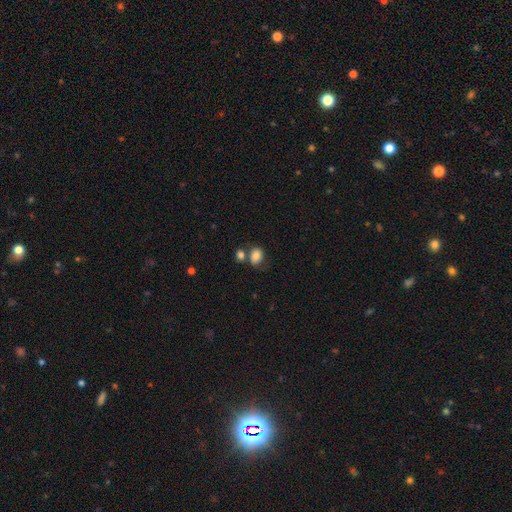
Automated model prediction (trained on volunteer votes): A smooth galaxy with no disk features (81%) that is in between round and cigar-shaped (63%).

Vote fractions:
- Smooth or featured? smooth: 81% / star or artifact: 10% / featured or disk: 9%
- How rounded? in between: 63% / round: 36% / cigar-shaped: 1%
- Merging? none: 47% / merger: 29% / minor disturbance: 17% / major disturbance: 7%